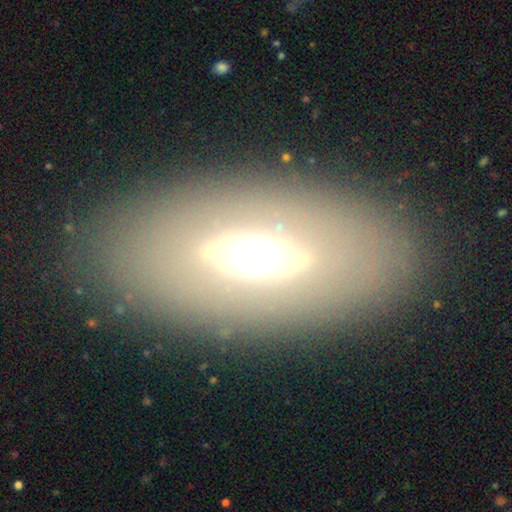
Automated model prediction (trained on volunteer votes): This is possibly a featured or disk galaxy (54%). It is likely not viewed edge-on (72%). Merging: clearly none (82%).